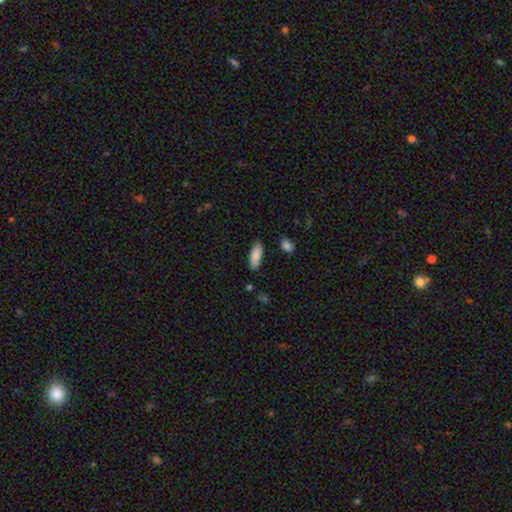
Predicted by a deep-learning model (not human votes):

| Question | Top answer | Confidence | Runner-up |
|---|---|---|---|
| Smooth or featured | smooth | 87% | featured or disk (7%) |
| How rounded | in between | 76% | cigar-shaped (22%) |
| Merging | none | 85% | minor disturbance (10%) |